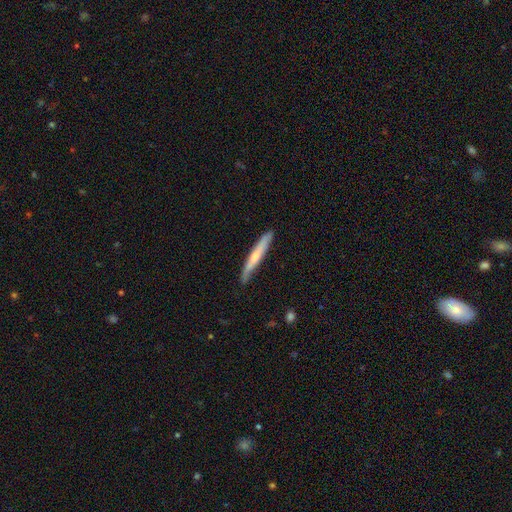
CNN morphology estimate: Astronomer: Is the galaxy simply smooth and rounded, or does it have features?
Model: smooth — 52% (runner-up: featured or disk, 43%).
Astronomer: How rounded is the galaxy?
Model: cigar-shaped — 95%.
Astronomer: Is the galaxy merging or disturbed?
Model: none — 83%.